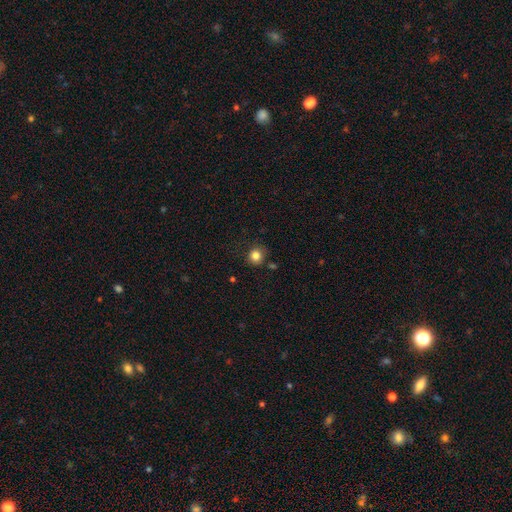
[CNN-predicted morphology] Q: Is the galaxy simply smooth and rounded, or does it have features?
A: smooth — 82%.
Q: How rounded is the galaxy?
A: round — 90%.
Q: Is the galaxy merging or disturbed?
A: none — 81%.